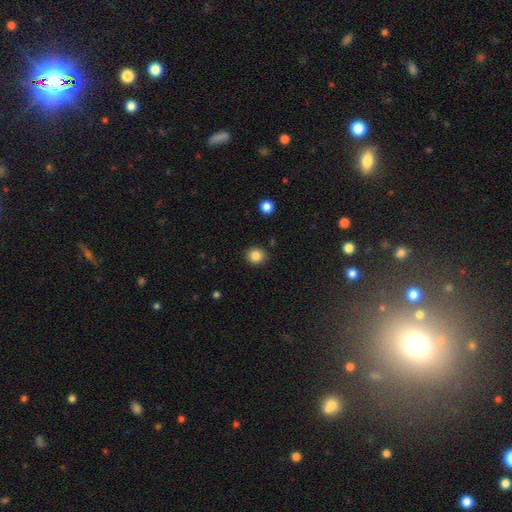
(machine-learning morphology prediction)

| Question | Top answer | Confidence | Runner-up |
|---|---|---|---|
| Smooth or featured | smooth | 85% | star or artifact (10%) |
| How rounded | round | 84% | in between (15%) |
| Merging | none | 89% | minor disturbance (7%) |